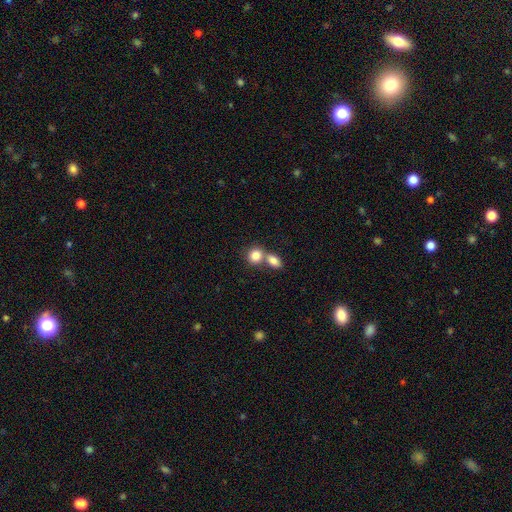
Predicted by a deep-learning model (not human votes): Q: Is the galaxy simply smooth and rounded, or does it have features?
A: smooth — 83%.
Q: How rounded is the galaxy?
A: round — 65%.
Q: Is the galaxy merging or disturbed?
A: merger — 53%.